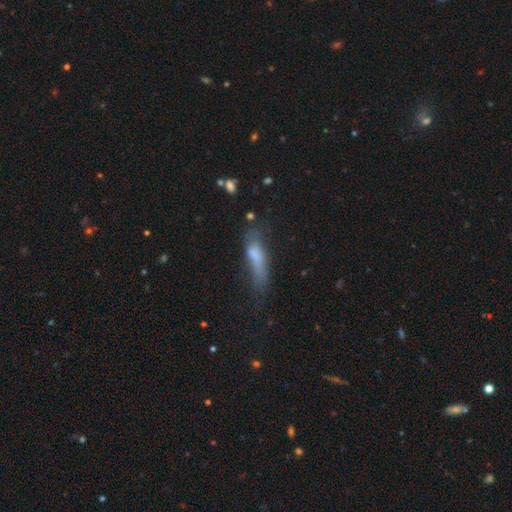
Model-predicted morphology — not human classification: Smooth or featured? Predicted: smooth (p=0.67). How rounded? Predicted: cigar-shaped (p=0.60). Merging? Predicted: none (p=0.37).